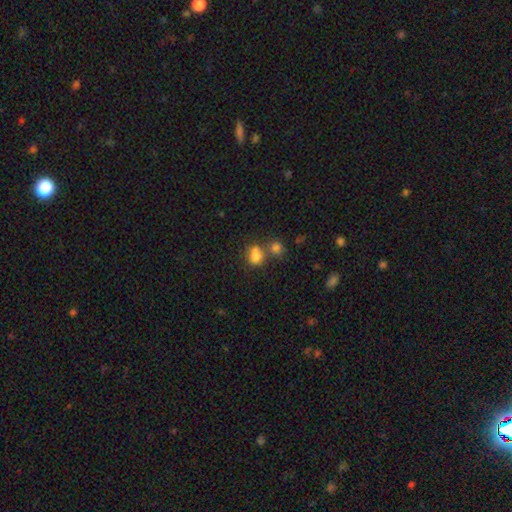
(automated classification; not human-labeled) A smooth galaxy with no disk features (75%) that is round (68%).

Vote fractions:
- Smooth or featured? smooth: 75% / star or artifact: 14% / featured or disk: 11%
- How rounded? round: 68% / in between: 31% / cigar-shaped: 1%
- Merging? merger: 47% / none: 37% / minor disturbance: 10% / major disturbance: 5%